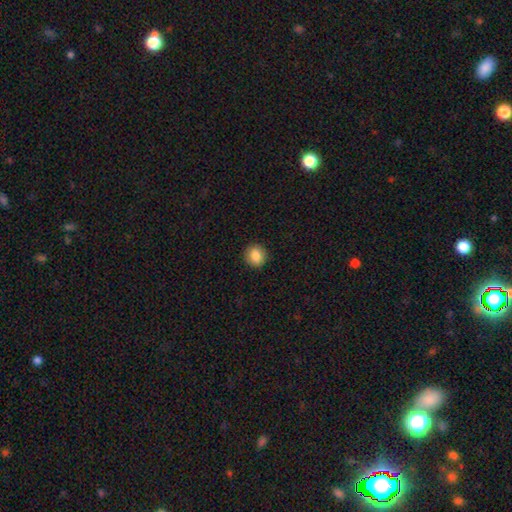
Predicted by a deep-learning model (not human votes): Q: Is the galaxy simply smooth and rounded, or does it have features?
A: smooth — 86%.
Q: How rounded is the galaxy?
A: round — 81%.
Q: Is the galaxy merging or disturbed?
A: none — 90%.